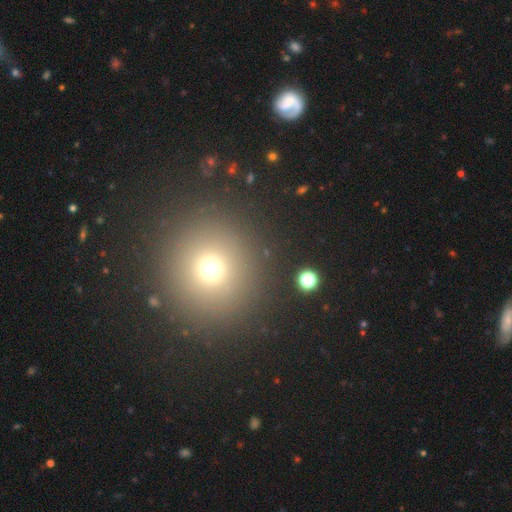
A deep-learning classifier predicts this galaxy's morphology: Smooth or featured? smooth (67%)
How rounded? round (94%)
Merging? none (90%)